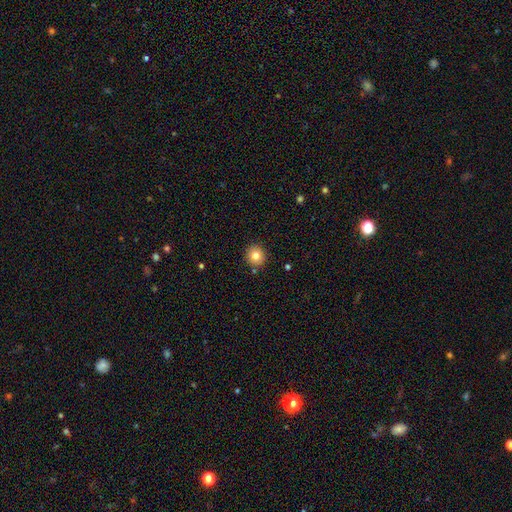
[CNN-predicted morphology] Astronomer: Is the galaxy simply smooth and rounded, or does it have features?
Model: smooth — 81%.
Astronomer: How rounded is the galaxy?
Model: round — 93%.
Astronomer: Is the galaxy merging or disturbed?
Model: none — 89%.